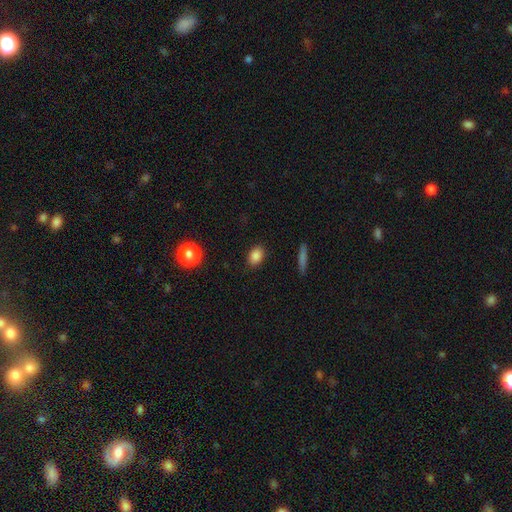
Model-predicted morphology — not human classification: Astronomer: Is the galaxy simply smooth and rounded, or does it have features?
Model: smooth — 85%.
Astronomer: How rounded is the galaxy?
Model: in between — 75%.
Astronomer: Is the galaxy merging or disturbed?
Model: none — 87%.